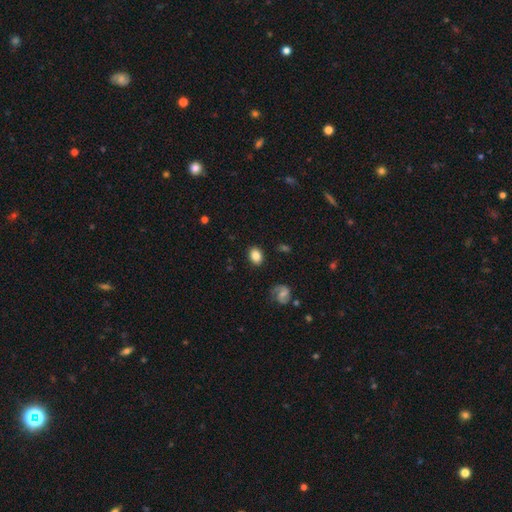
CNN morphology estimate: The model was most divided on "how rounded": in between: 67%, round: 32%, cigar-shaped: 1%. More confident: merging — none (85%); smooth or featured — smooth (82%).